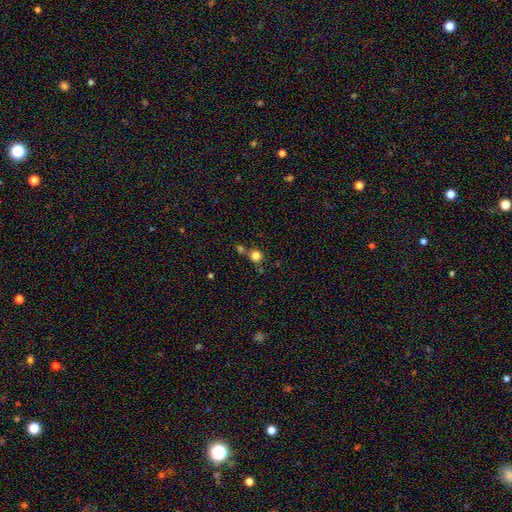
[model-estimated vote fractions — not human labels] Overall: smooth (81%). How rounded: round (90%). Merging: none (66%).